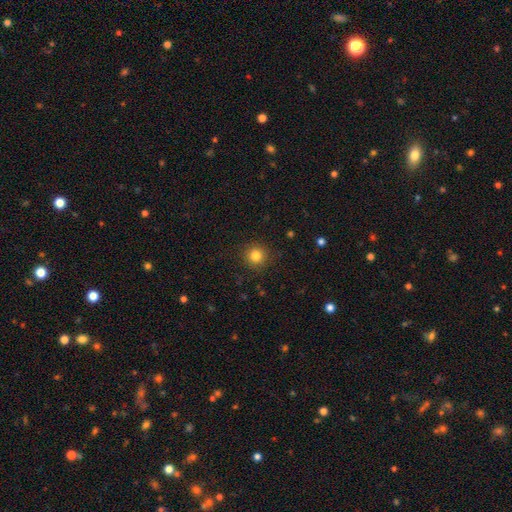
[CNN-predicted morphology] Smooth or featured: smooth — 82% (star or artifact — 12%)
How rounded: round — 94% (in between — 5%)
Merging: none — 91% (minor disturbance — 6%)